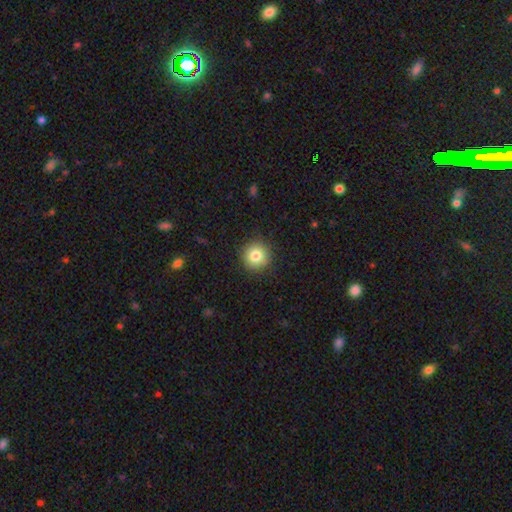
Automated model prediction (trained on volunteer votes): Overall: smooth (82%). How rounded: round (94%). Merging: none (90%).